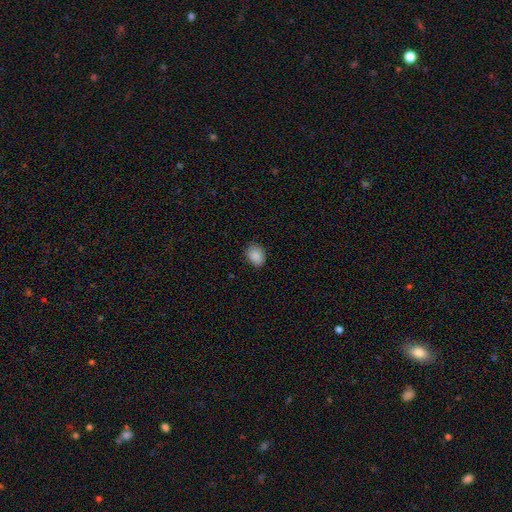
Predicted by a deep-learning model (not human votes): smooth 89%, star or artifact 8%, featured or disk 3%. Down the decision tree: how rounded — in between (63%); merging — none (82%).